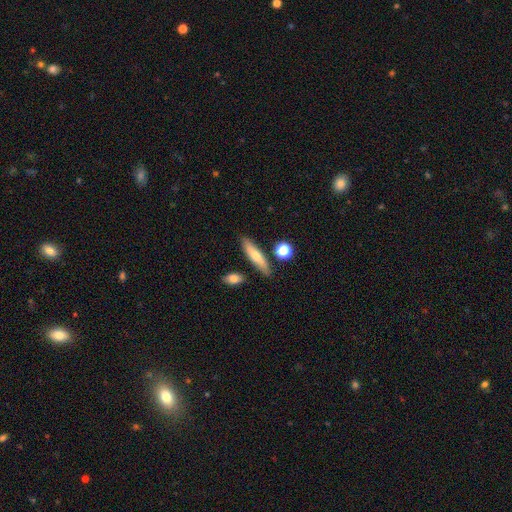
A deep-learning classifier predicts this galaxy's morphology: smooth-or-featured: smooth: 67% | featured or disk: 26% | star or artifact: 7%
  how-rounded: cigar-shaped: 72% | in between: 25% | round: 3%
  merging: none: 81% | minor disturbance: 11% | merger: 5% | major disturbance: 2%